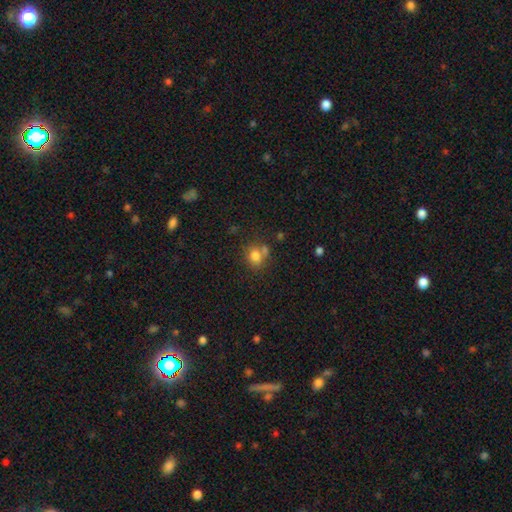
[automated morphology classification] This is likely a smooth galaxy (78%). How rounded: likely round (66%). Merging: possibly none (53%).